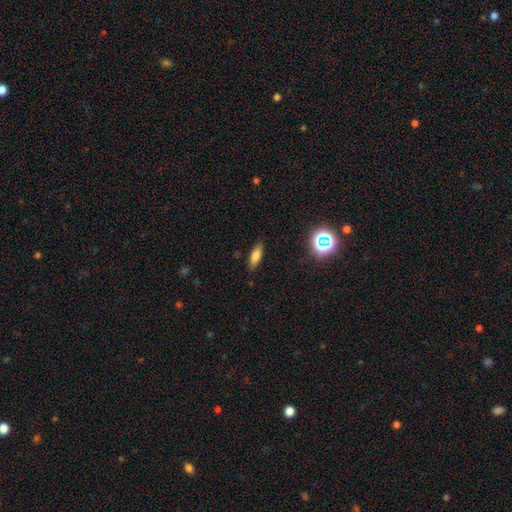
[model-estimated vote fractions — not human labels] This appears to be a smooth galaxy with no disk features (73%) that is in between round and cigar-shaped (57%). Merging: none (85%).